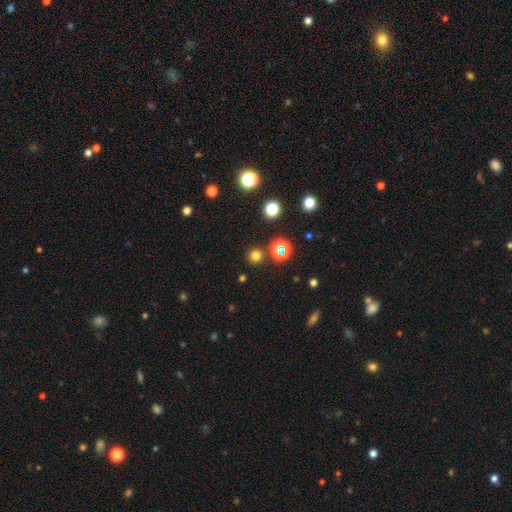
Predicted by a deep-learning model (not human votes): Overall: smooth (71%). How rounded: round (94%). Merging: none (88%).